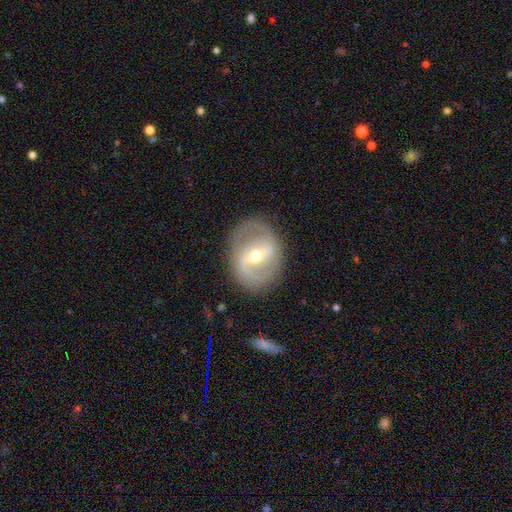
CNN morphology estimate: Smooth or featured? Predicted: featured or disk (p=0.83). Edge-on disk? Predicted: no (p=0.96). Bar? Predicted: strong (p=0.45). Spiral arms? Predicted: yes (p=0.83). Spiral winding? Predicted: medium (p=0.48). Spiral arm count? Predicted: 2 (p=0.87). Bulge size? Predicted: moderate (p=0.59). Merging? Predicted: none (p=0.83).